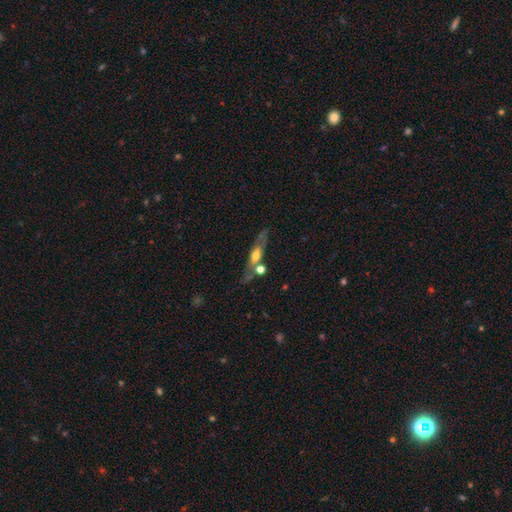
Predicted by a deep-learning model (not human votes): Smooth or featured?
  - featured or disk: 55% *
  - smooth: 36%
  - star or artifact: 9%
Edge-on disk?
  - yes: 62% *
  - no: 38%
Merging?
  - none: 59% *
  - merger: 18%
  - minor disturbance: 16%
  - major disturbance: 7%